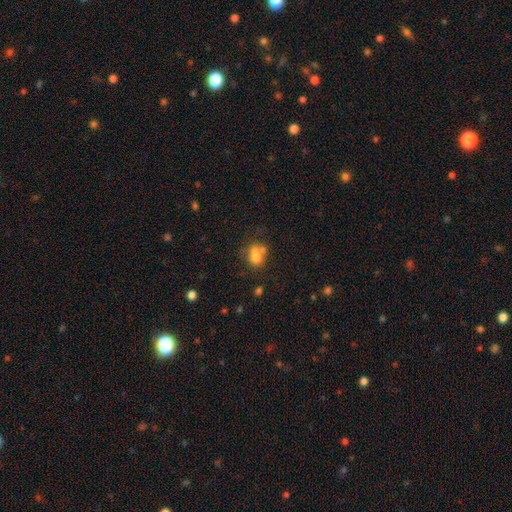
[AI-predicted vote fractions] This appears to be a smooth galaxy with no disk features (67%) that is round (51%). Merging: merger (47%).